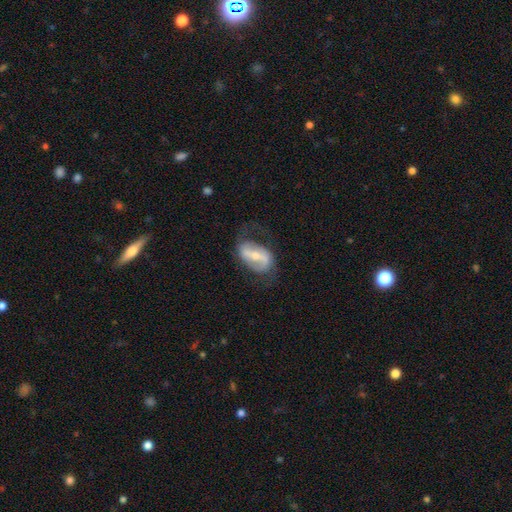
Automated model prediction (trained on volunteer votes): Smooth or featured? Predicted: featured or disk (p=0.73). Edge-on disk? Predicted: no (p=0.95). Bar? Predicted: strong (p=0.55). Spiral arms? Predicted: yes (p=0.80). Spiral winding? Predicted: loose (p=0.45). Spiral arm count? Predicted: 2 (p=0.82). Bulge size? Predicted: small (p=0.47). Merging? Predicted: none (p=0.56).